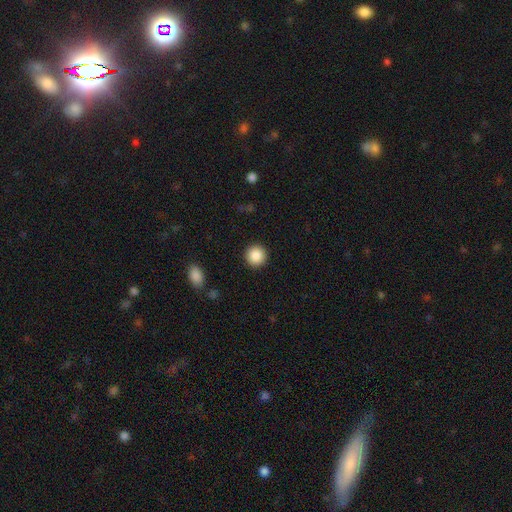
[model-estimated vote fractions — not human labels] smooth_or_featured: smooth (p=0.88) [alt: star or artifact p=0.08]
how_rounded: round (p=0.95) [alt: in between p=0.04]
merging: none (p=0.92) [alt: minor disturbance p=0.05]